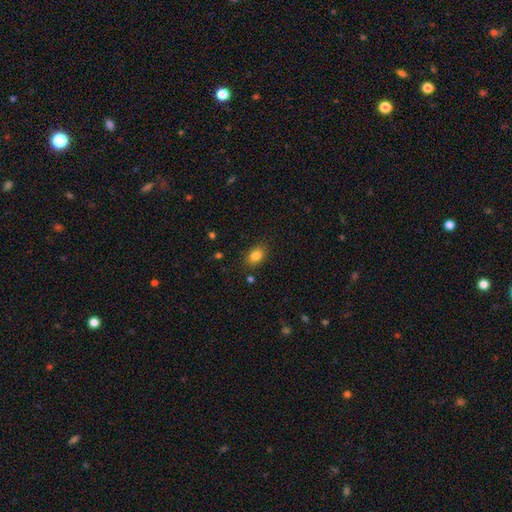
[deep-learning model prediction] Smooth or featured?
  - smooth: 84% *
  - star or artifact: 10%
  - featured or disk: 7%
How rounded?
  - in between: 74% *
  - round: 25%
  - cigar-shaped: 1%
Merging?
  - none: 84% *
  - minor disturbance: 11%
  - major disturbance: 3%
  - merger: 2%